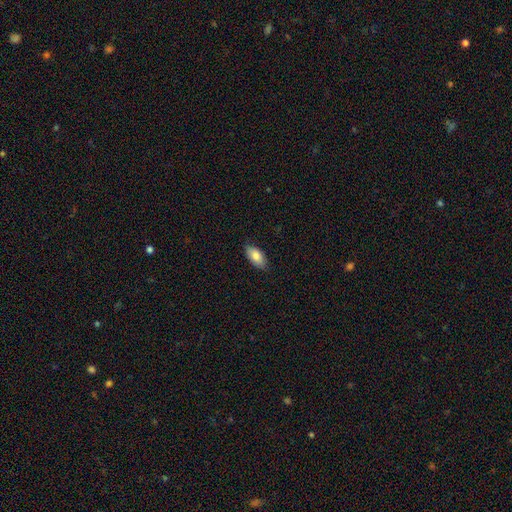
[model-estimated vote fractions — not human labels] This is clearly a smooth galaxy (83%). How rounded: clearly in between (92%). Merging: clearly none (84%).